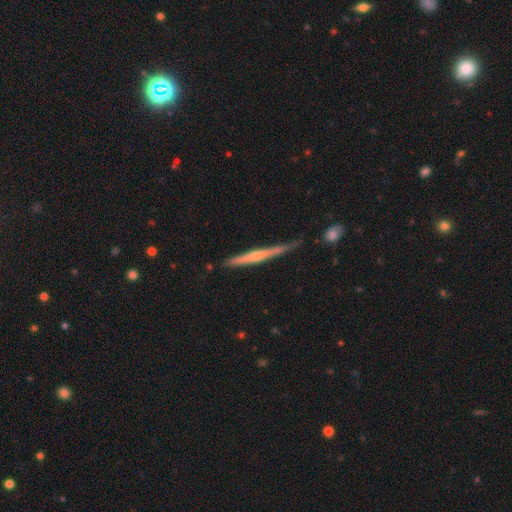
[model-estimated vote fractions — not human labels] Smooth or featured? Predicted: featured or disk (p=0.59). Edge-on disk? Predicted: yes (p=0.97). Edge-on bulge? Predicted: none (p=0.45, tied with rounded). Merging? Predicted: none (p=0.69).